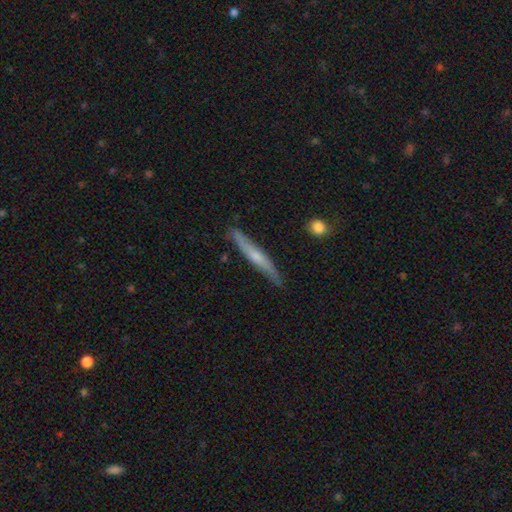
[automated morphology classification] featured or disk 58%, smooth 36%, star or artifact 6%. Down the decision tree: edge-on disk — yes (92%); edge-on bulge — rounded (60%); merging — none (84%).